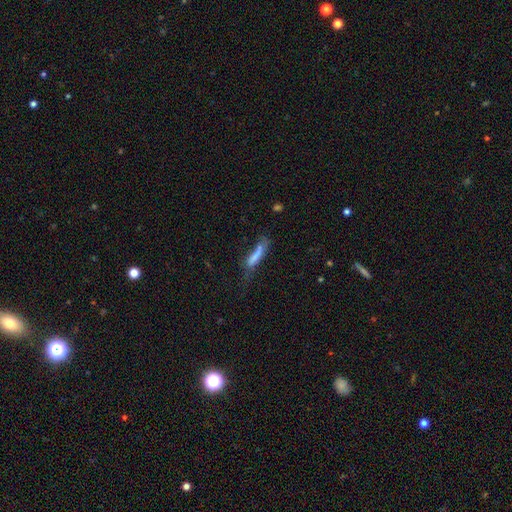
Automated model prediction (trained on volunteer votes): smooth-or-featured: smooth: 68% | featured or disk: 23% | star or artifact: 9%
  how-rounded: cigar-shaped: 80% | in between: 18% | round: 2%
  merging: none: 34% | major disturbance: 28% | minor disturbance: 27% | merger: 10%